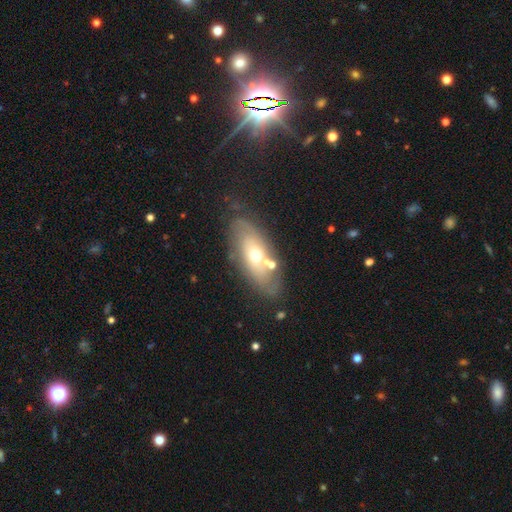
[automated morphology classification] Q: Smooth or featured?
A: featured or disk (52%); runner-up: smooth (39%)
Q: Edge-on disk?
A: no (81%); runner-up: yes (19%)
Q: Merging?
A: none (67%); runner-up: minor disturbance (18%)